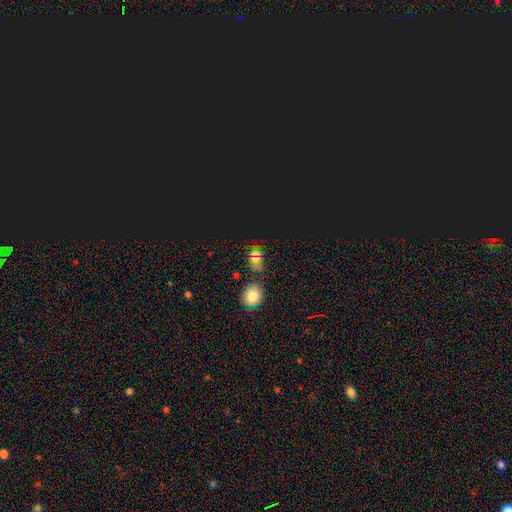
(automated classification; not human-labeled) Overall: star or artifact (64%; smooth 28%).